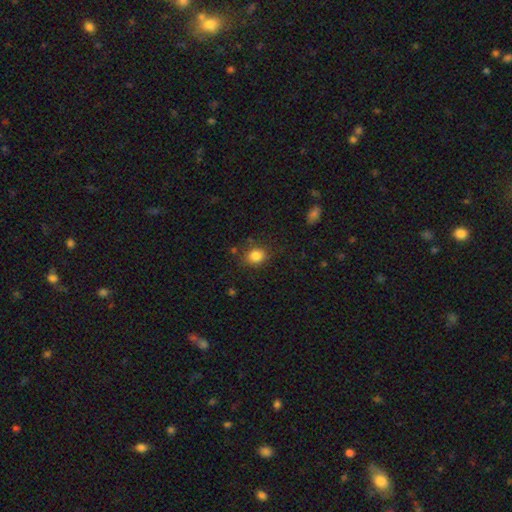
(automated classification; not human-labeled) Smooth or featured: smooth — 84% (star or artifact — 10%)
How rounded: round — 68% (in between — 31%)
Merging: none — 80% (minor disturbance — 14%)